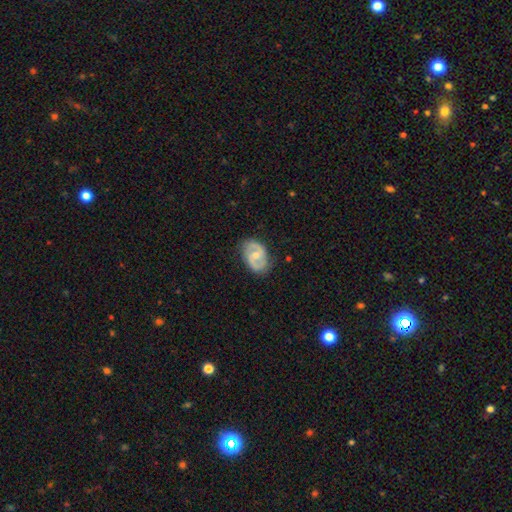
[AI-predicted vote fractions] featured or disk 72%, smooth 23%, star or artifact 5%. Down the decision tree: edge-on disk — no (96%); bar — no (45%); spiral arms — yes (76%); spiral arm count — 2 (84%); spiral winding — medium (47%); bulge size — moderate (61%); merging — none (79%).